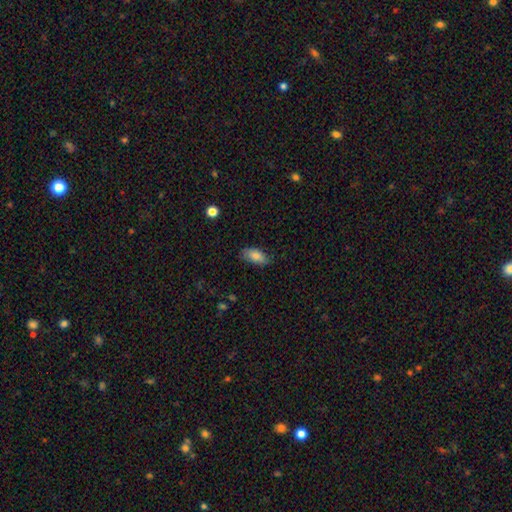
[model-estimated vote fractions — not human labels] This is clearly a smooth galaxy (82%). How rounded: clearly in between (89%). Merging: likely none (79%).